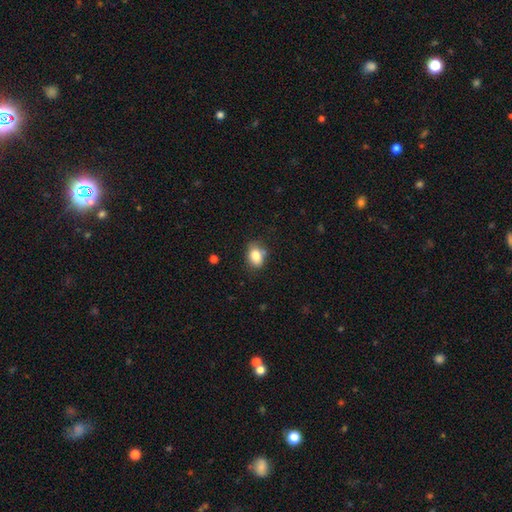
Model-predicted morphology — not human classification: This is clearly a smooth galaxy (83%). How rounded: likely in between (75%). Merging: likely none (69%).